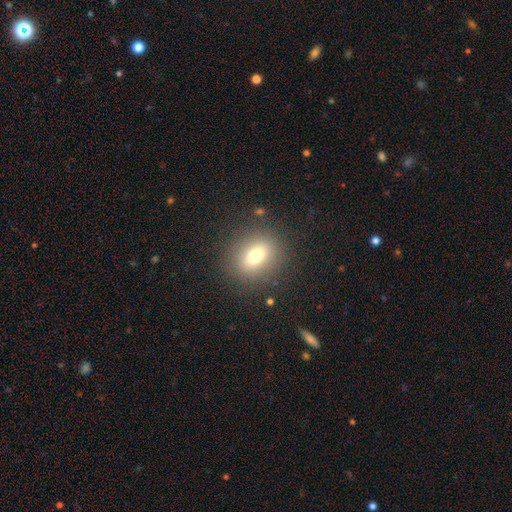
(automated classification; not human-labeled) Smooth or featured? Predicted: smooth (p=0.71). How rounded? Predicted: round (p=0.61). Merging? Predicted: none (p=0.85).